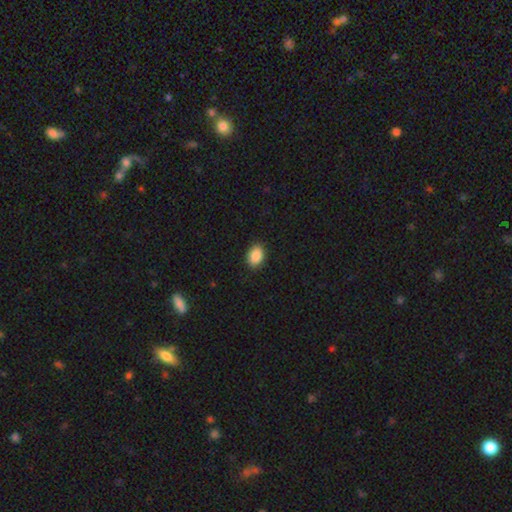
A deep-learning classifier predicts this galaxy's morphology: smooth 89%, star or artifact 8%, featured or disk 3%. Down the decision tree: how rounded — in between (78%); merging — none (89%).